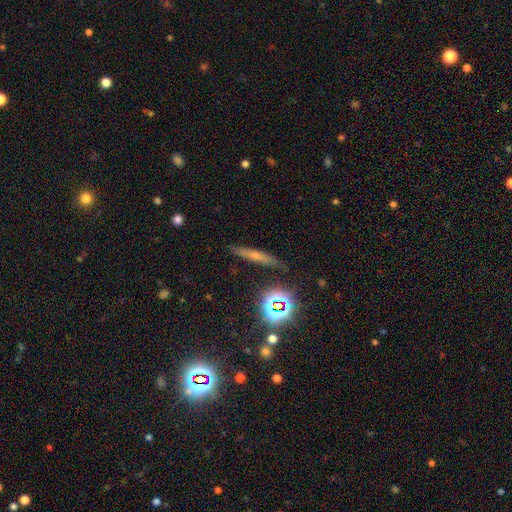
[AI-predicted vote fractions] smooth-or-featured: smooth: 48% | featured or disk: 33% | star or artifact: 18%
  merging: none: 84% | minor disturbance: 11% | major disturbance: 3% | merger: 2%